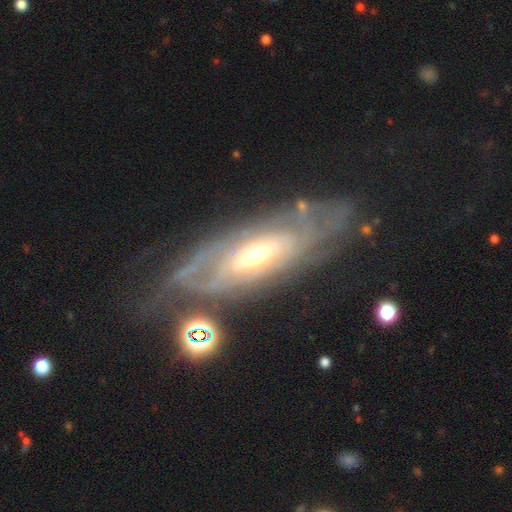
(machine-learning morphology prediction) Overall: featured or disk (84%). Edge-on disk: no (84%). Bar: no (53%; weak 32%). Spiral arms: yes (85%). Spiral arm count: can't tell (60%). Spiral winding: tight (70%). Bulge size: moderate (53%; small 37%). Merging: none (66%).